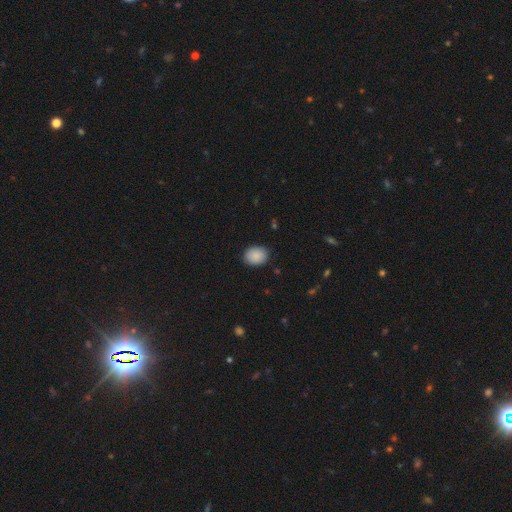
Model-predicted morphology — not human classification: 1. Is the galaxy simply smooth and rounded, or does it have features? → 88% smooth, 7% star or artifact, 4% featured or disk.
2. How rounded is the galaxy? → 52% in between, 47% round, 1% cigar-shaped.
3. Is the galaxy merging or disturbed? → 87% none, 10% minor disturbance, 2% major disturbance, 1% merger.